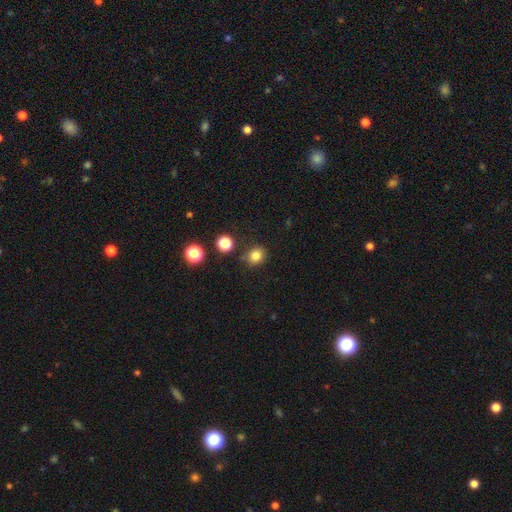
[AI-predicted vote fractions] The model was most divided on "how rounded": round: 79%, in between: 20%, cigar-shaped: 1%. More confident: merging — none (82%); smooth or featured — smooth (82%).